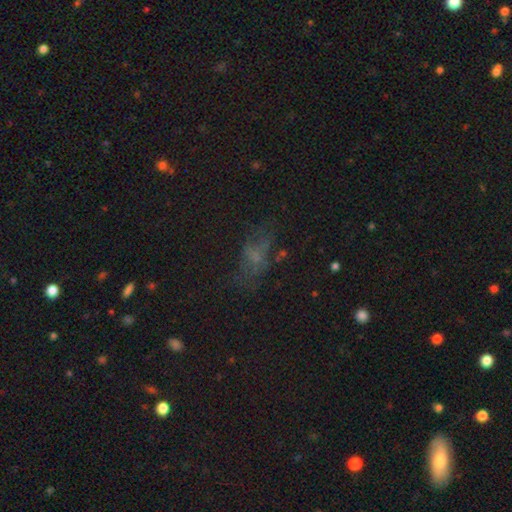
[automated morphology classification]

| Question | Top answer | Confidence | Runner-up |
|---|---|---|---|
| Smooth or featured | smooth | 43% | featured or disk (30%) |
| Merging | none | 49% | major disturbance (27%) |